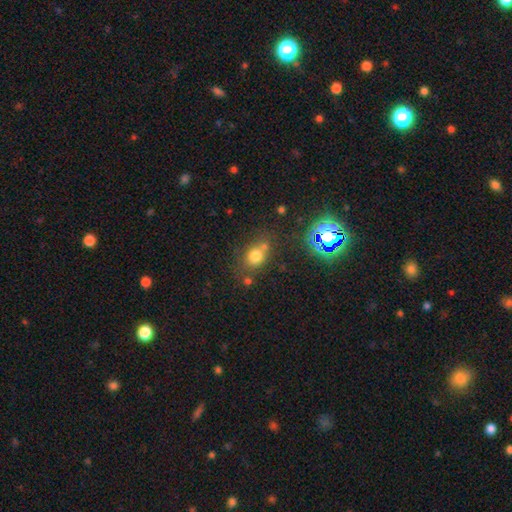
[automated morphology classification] Smooth or featured: smooth — 72% (star or artifact — 18%)
How rounded: round — 65% (in between — 34%)
Merging: none — 57% (merger — 22%)